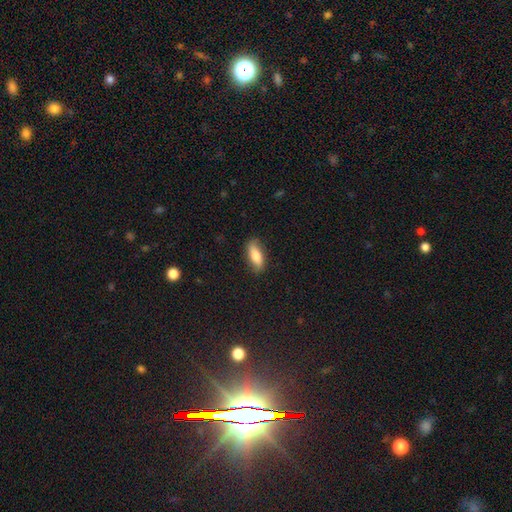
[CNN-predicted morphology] type=smooth (77%); roundness=in between (70%); merging=none (83%).